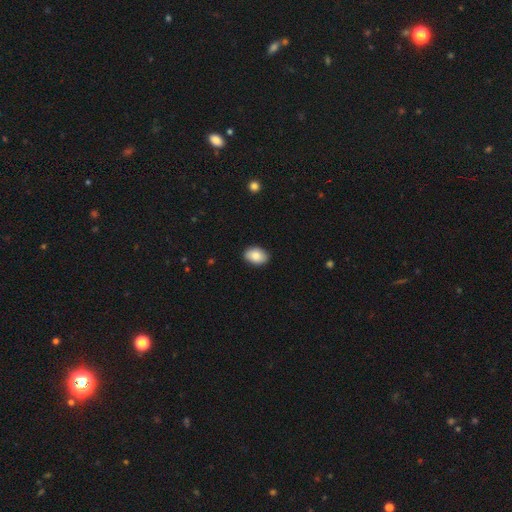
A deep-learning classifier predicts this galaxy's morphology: This is clearly a smooth galaxy (86%). How rounded: clearly in between (86%). Merging: clearly none (89%).